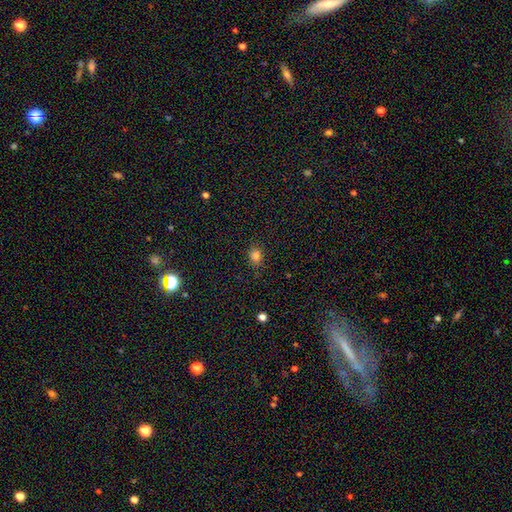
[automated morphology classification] This is clearly a smooth galaxy (82%). How rounded: likely round (63%). Merging: clearly none (84%).